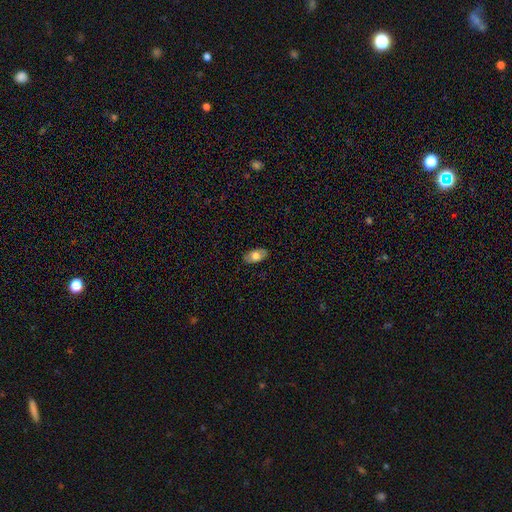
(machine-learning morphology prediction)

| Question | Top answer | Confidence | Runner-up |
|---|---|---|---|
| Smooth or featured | smooth | 69% | featured or disk (25%) |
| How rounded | in between | 93% | round (5%) |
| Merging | none | 86% | minor disturbance (11%) |